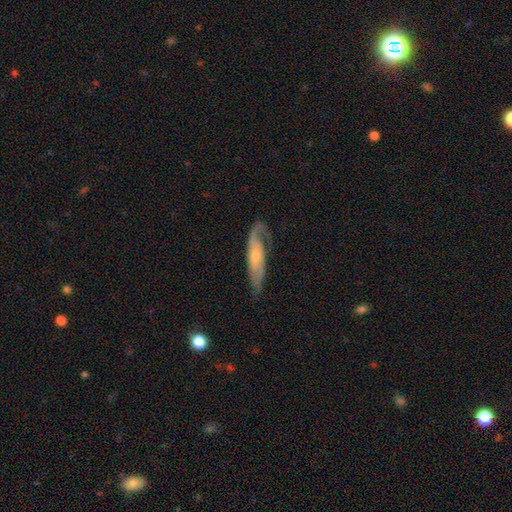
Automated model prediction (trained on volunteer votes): Smooth or featured?
  - featured or disk: 72% *
  - smooth: 23%
  - star or artifact: 6%
Edge-on disk?
  - no: 77% *
  - yes: 23%
Bar?
  - no: 66% *
  - weak: 26%
  - strong: 7%
Spiral arms?
  - yes: 91% *
  - no: 9%
Bulge size?
  - small: 57% *
  - moderate: 31%
  - none: 7%
  - large: 3%
  - dominant: 1%
Merging?
  - none: 60% *
  - minor disturbance: 23%
  - major disturbance: 15%
  - merger: 2%